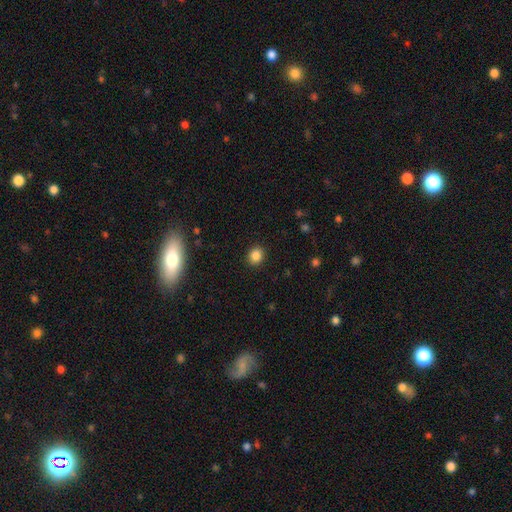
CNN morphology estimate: Smooth or featured? smooth (84%)
How rounded? round (69%)
Merging? none (91%)